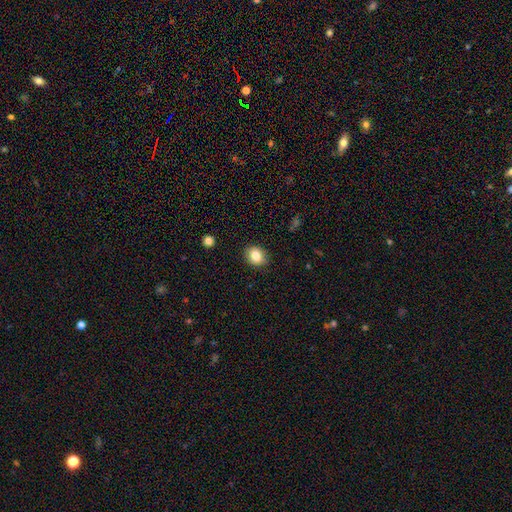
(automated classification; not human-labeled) Smooth or featured: smooth — 84% (star or artifact — 9%)
How rounded: round — 58% (in between — 41%)
Merging: none — 87% (minor disturbance — 9%)